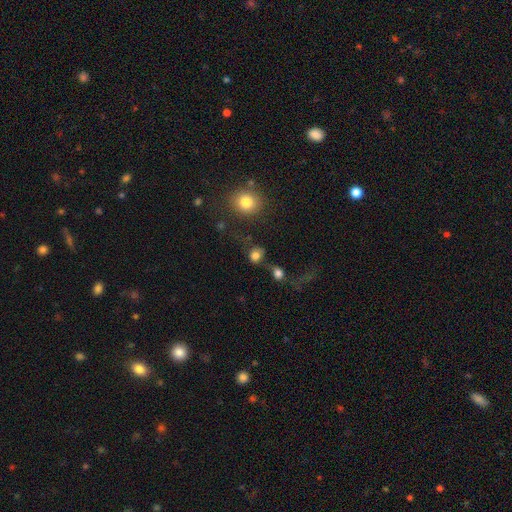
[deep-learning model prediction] This is likely a smooth galaxy (78%). How rounded: likely round (78%). Merging: possibly none (47%).